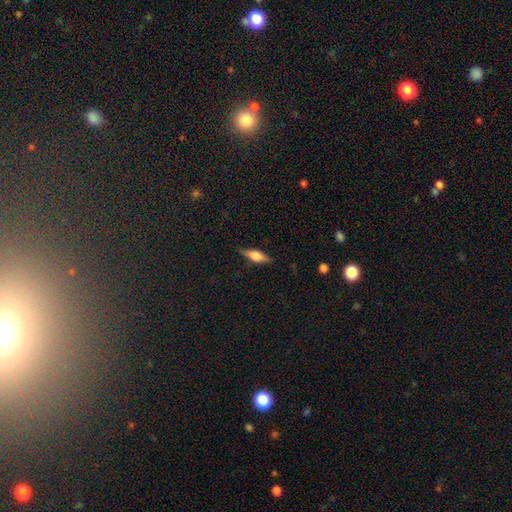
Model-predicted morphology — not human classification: This is possibly a featured or disk galaxy (55%). It is clearly viewed edge-on (95%). Edge-on bulge: clearly rounded (86%). Merging: clearly none (85%).